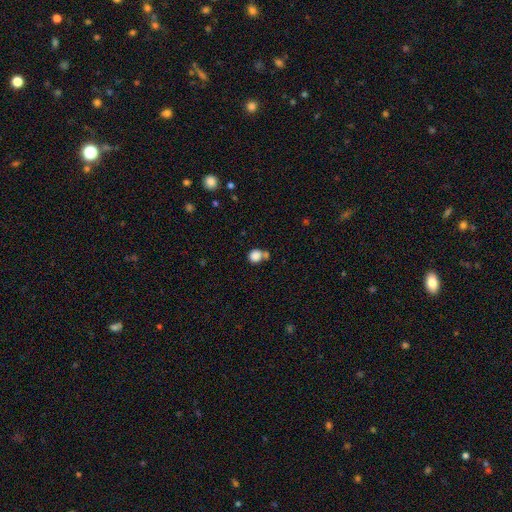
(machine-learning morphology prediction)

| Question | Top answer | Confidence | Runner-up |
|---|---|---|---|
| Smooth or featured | smooth | 85% | star or artifact (10%) |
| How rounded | round | 81% | in between (18%) |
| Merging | none | 52% | merger (29%) |